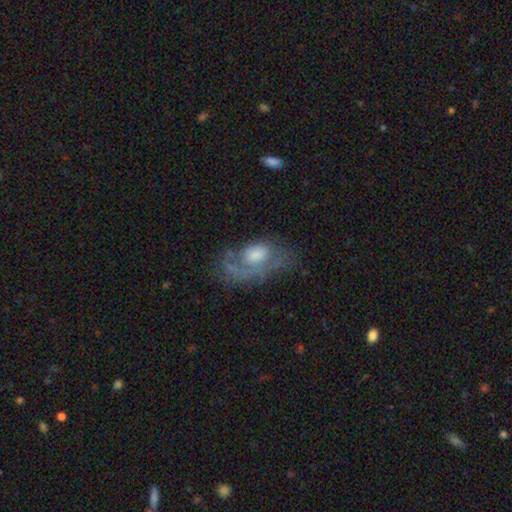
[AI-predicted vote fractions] The model was most divided on "spiral arms" (2-way tie): no: 50%, yes: 50%. Remaining: edge-on disk — no (94%); bar — no (77%); smooth or featured — featured or disk (53%); bulge size — moderate (44%); merging — none (37%).